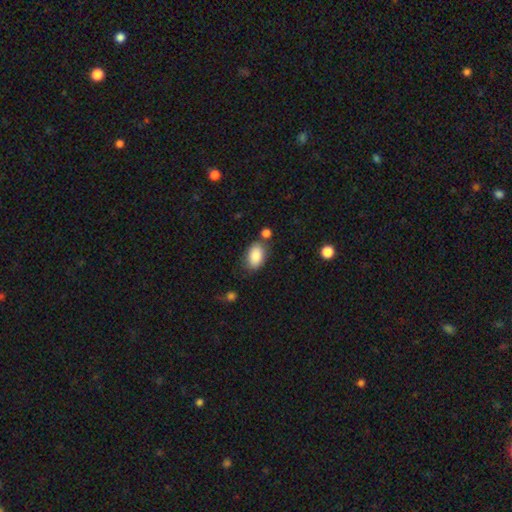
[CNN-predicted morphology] The model was most divided on "merging": none: 72%, minor disturbance: 15%, merger: 8%, major disturbance: 4%. More confident: how rounded — in between (91%); smooth or featured — smooth (85%).